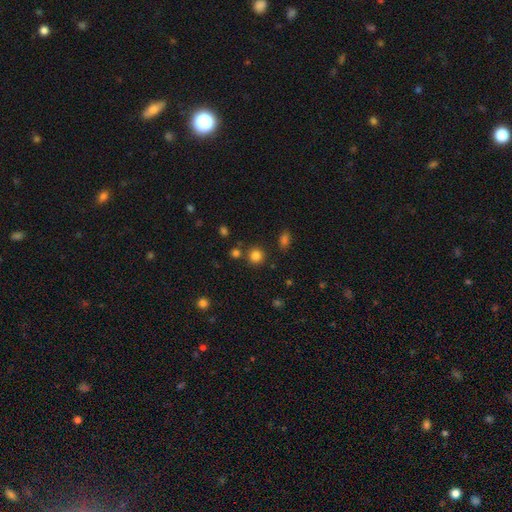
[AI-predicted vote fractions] smooth_or_featured: smooth (p=0.82) [alt: star or artifact p=0.13]
how_rounded: round (p=0.91) [alt: in between p=0.08]
merging: none (p=0.82) [alt: merger p=0.08]